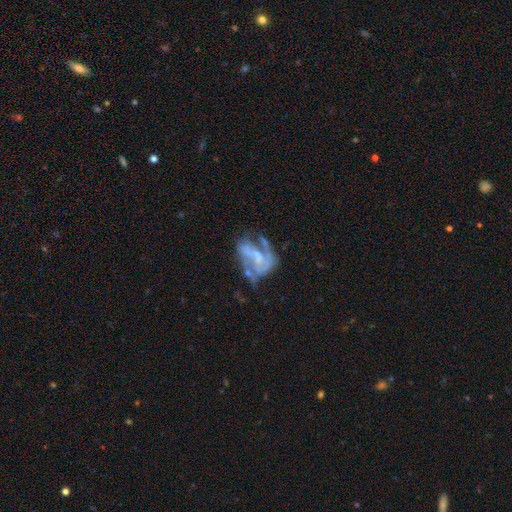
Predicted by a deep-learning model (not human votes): This appears to be a featured or disk galaxy (76%) with no bar (49%), 2 (53%) medium (44%) spiral arms (72%) and a small central bulge (42%). Merging: major disturbance (33%, tied with none).